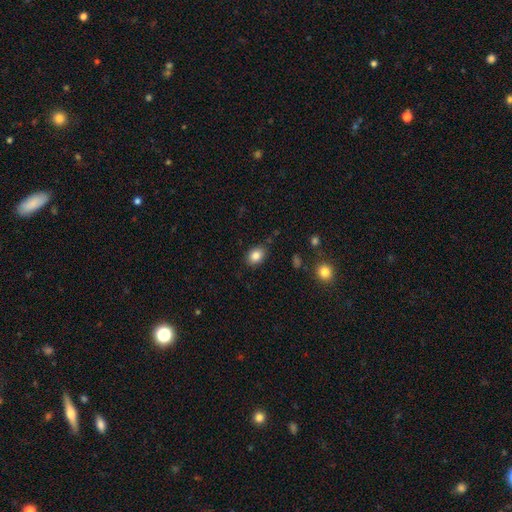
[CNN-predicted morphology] This appears to be a smooth galaxy with no disk features (84%) that is in between round and cigar-shaped (72%). Merging: none (83%).